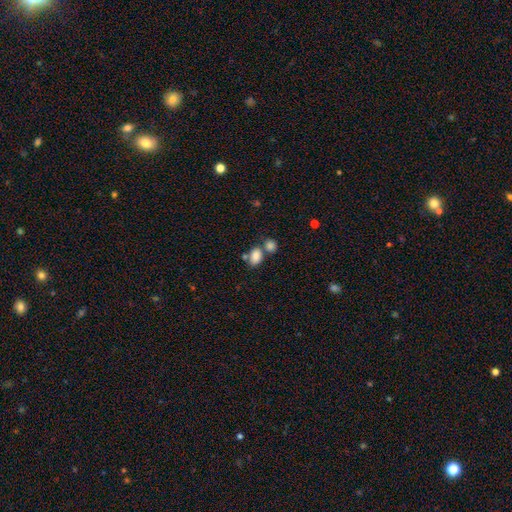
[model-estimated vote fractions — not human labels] Smooth or featured?
  - smooth: 85% *
  - star or artifact: 9%
  - featured or disk: 6%
How rounded?
  - in between: 83% *
  - round: 15%
  - cigar-shaped: 1%
Merging?
  - none: 46% *
  - merger: 38%
  - minor disturbance: 12%
  - major disturbance: 5%